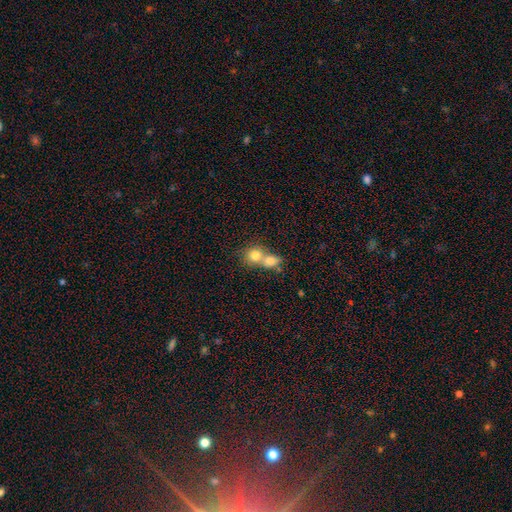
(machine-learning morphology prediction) This appears to be a smooth galaxy with no disk features (78%) that is round (77%). Merging: merger (64%).